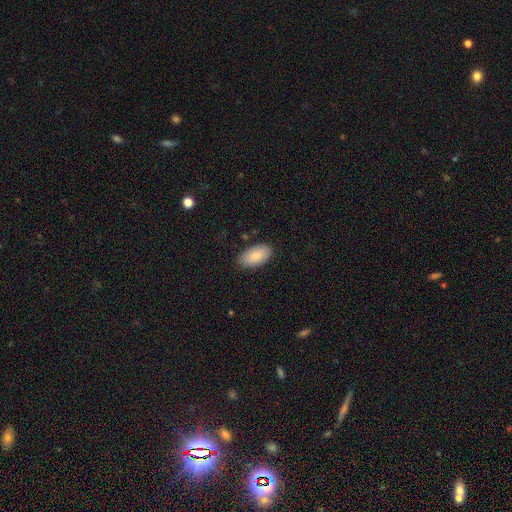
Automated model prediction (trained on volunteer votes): Smooth or featured?
  - smooth: 86% *
  - featured or disk: 8%
  - star or artifact: 6%
How rounded?
  - in between: 95% *
  - round: 3%
  - cigar-shaped: 2%
Merging?
  - none: 85% *
  - minor disturbance: 11%
  - major disturbance: 2%
  - merger: 1%